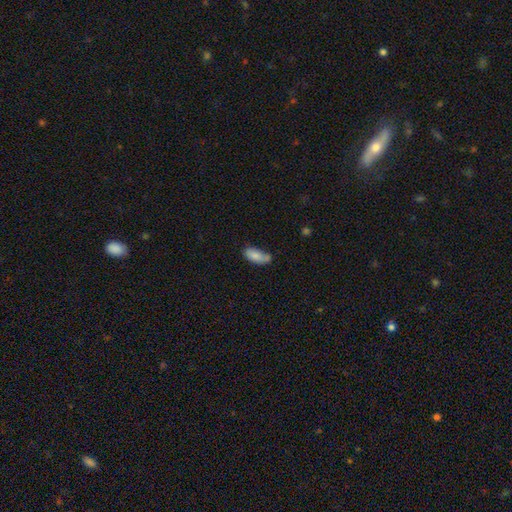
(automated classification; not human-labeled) smooth 82%, featured or disk 11%, star or artifact 7%. Down the decision tree: how rounded — in between (89%); merging — none (52%).